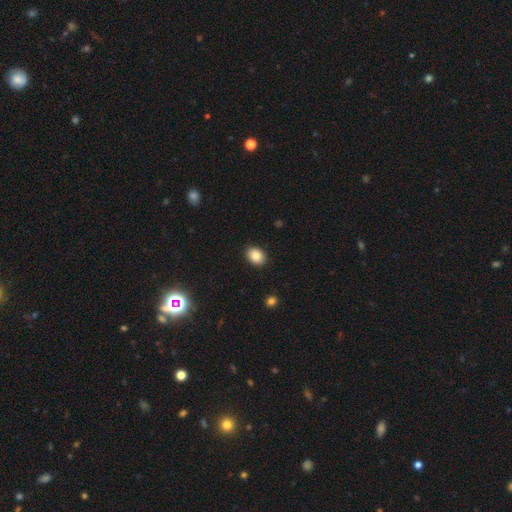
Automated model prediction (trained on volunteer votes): A smooth galaxy with no disk features (88%) that is in between round and cigar-shaped (69%).

Vote fractions:
- Smooth or featured? smooth: 88% / star or artifact: 8% / featured or disk: 4%
- How rounded? in between: 69% / round: 30% / cigar-shaped: 1%
- Merging? none: 90% / minor disturbance: 7% / major disturbance: 2% / merger: 1%